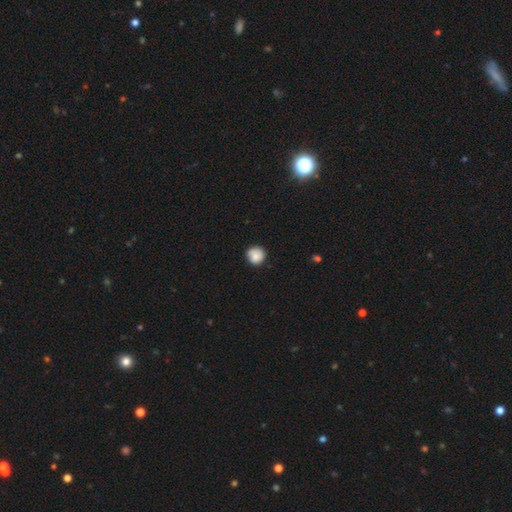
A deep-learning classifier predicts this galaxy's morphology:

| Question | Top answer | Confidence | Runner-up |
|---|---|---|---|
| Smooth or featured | smooth | 77% | featured or disk (15%) |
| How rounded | round | 90% | in between (9%) |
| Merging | none | 72% | minor disturbance (21%) |